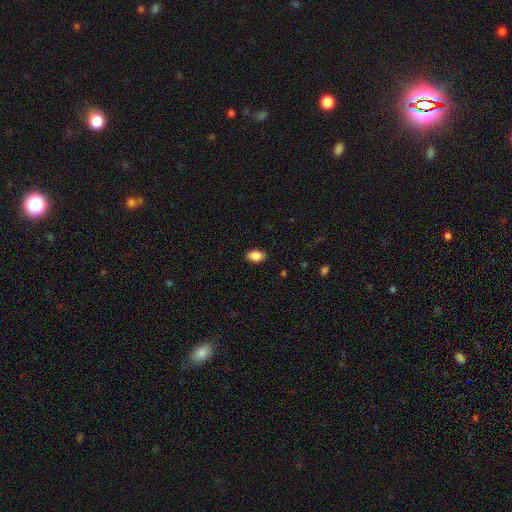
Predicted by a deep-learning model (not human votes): A smooth galaxy with no disk features (87%) that is in between round and cigar-shaped (90%).

Vote fractions:
- Smooth or featured? smooth: 87% / star or artifact: 8% / featured or disk: 5%
- How rounded? in between: 90% / round: 9% / cigar-shaped: 2%
- Merging? none: 88% / minor disturbance: 9% / major disturbance: 2% / merger: 1%